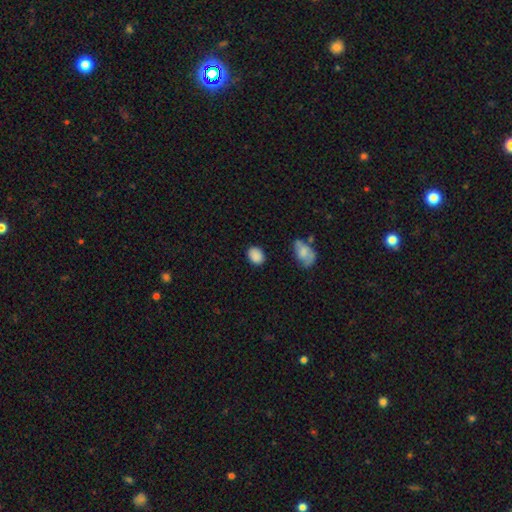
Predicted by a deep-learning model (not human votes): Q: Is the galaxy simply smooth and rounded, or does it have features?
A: smooth — 87%.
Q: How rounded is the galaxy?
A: in between — 67%.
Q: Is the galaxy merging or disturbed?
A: none — 81%.